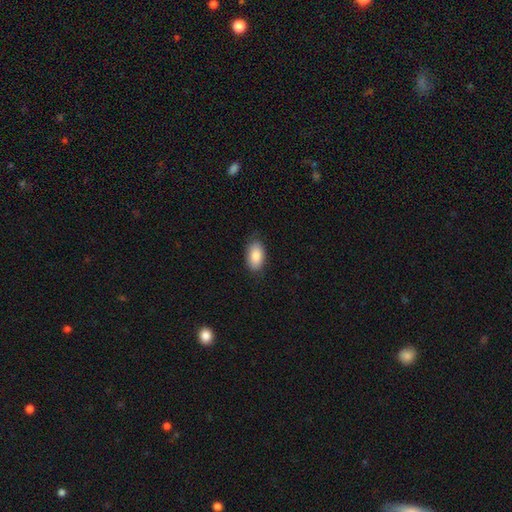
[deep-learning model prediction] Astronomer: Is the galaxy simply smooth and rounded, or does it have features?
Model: smooth — 85%.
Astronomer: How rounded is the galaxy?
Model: in between — 94%.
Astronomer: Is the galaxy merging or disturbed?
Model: none — 81%.